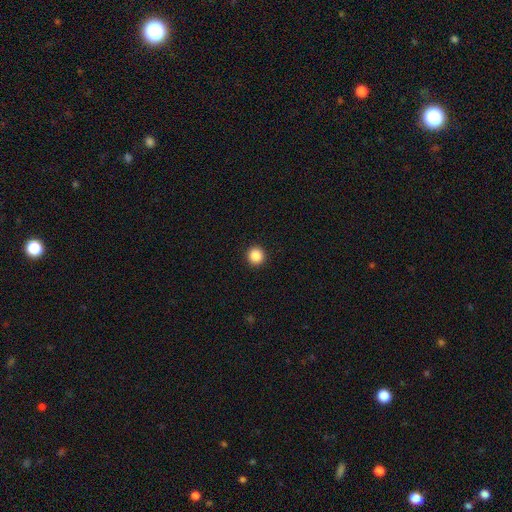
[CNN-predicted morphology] A smooth galaxy with no disk features (87%) that is round (95%). Merging: none (93%).